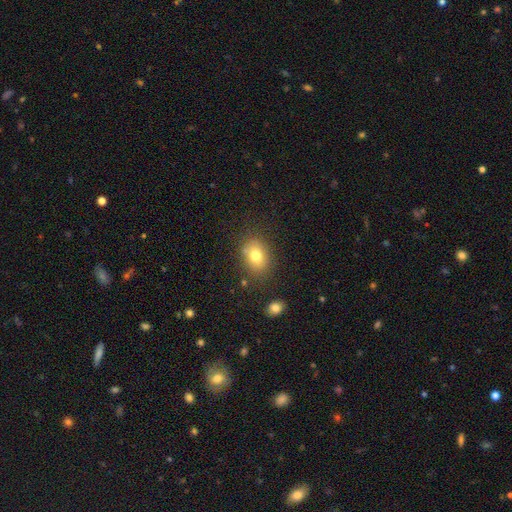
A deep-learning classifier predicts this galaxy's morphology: Smooth or featured: smooth — 77% (featured or disk — 12%)
How rounded: in between — 64% (round — 35%)
Merging: none — 77% (minor disturbance — 14%)